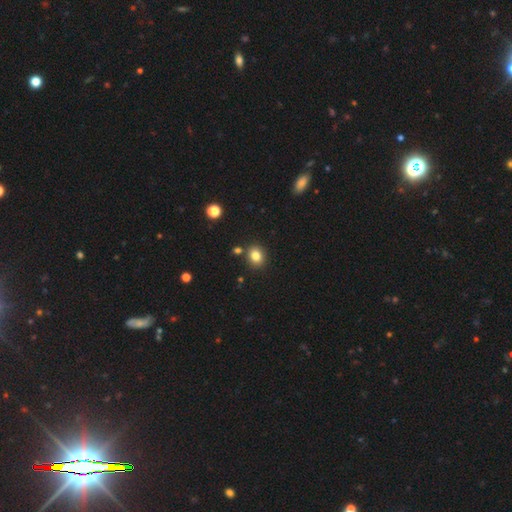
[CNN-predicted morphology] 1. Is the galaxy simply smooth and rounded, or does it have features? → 81% smooth, 12% star or artifact, 7% featured or disk.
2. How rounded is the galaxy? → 67% round, 32% in between, 1% cigar-shaped.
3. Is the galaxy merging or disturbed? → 84% none, 8% minor disturbance, 6% merger, 2% major disturbance.